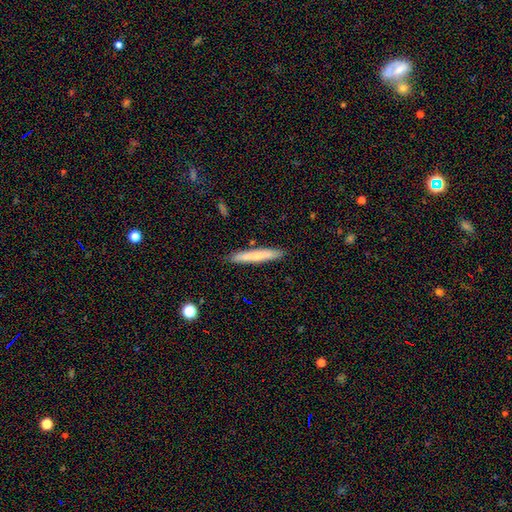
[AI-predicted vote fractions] smooth 64%, featured or disk 29%, star or artifact 6%. Down the decision tree: how rounded — cigar-shaped (95%); merging — none (89%).